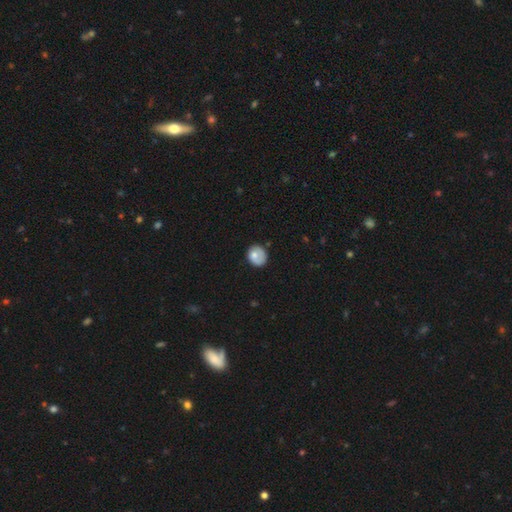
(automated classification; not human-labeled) The model was most divided on "how rounded": round: 68%, in between: 31%, cigar-shaped: 1%. More confident: smooth or featured — smooth (72%); merging — none (65%).